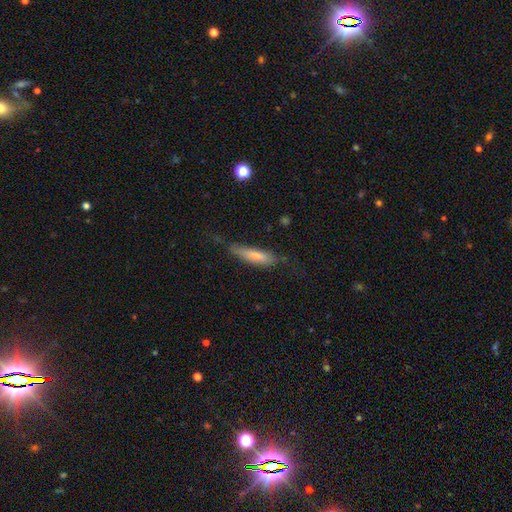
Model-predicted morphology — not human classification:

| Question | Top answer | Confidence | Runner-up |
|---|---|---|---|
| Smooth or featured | smooth | 70% | featured or disk (24%) |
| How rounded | cigar-shaped | 74% | in between (25%) |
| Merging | none | 60% | minor disturbance (27%) |